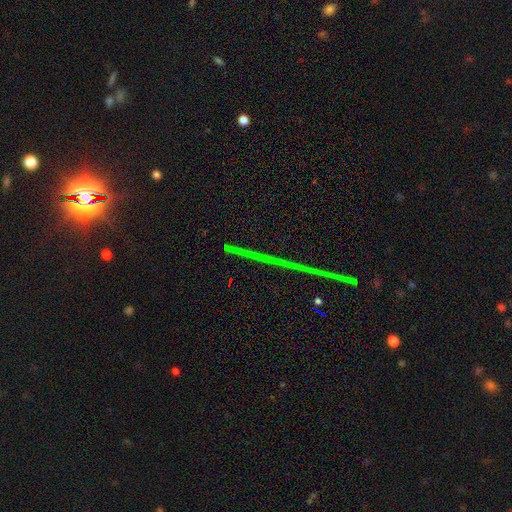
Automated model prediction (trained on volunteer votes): Smooth or featured?
  - star or artifact: 68% *
  - featured or disk: 21%
  - smooth: 11%